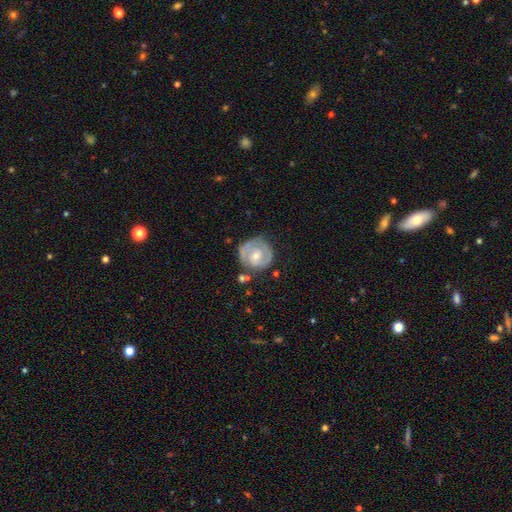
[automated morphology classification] smooth-or-featured: featured or disk: 68% | smooth: 27% | star or artifact: 5%
  disk-edge-on: no: 98% | yes: 2%
    bar: no: 61% | weak: 33% | strong: 6%
    has-spiral-arms: yes: 80% | no: 20%
      spiral-winding: tight: 60% | medium: 30% | loose: 10%
      spiral-arm-count: 2: 57% | can't tell: 21% | 1: 14% | 3: 5% | 4: 2% | more than 4: 2%
    bulge-size: moderate: 50% | small: 45% | large: 3% | none: 2% | dominant: 1%
  merging: none: 68% | minor disturbance: 20% | major disturbance: 7% | merger: 5%